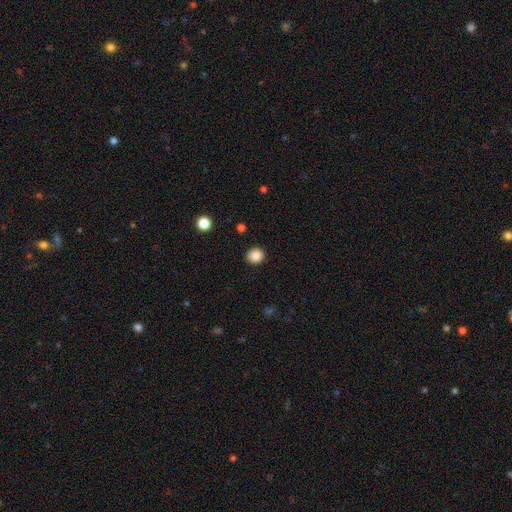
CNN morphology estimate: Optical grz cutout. It shows a smooth galaxy with no disk features (87%) that is round (81%). Merging: none (91%).